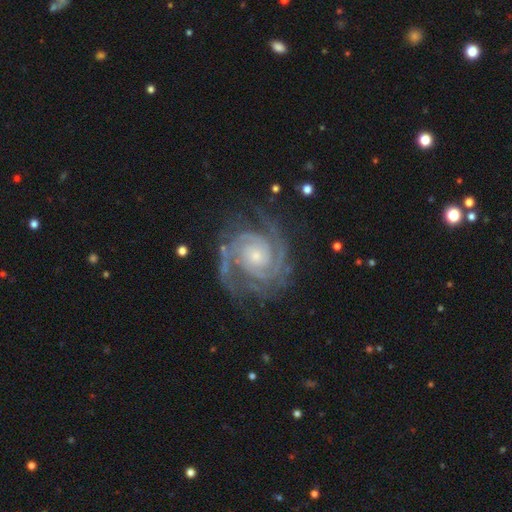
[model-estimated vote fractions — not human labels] Smooth or featured? featured or disk (92%)
Edge-on disk? no (98%)
Bar? no (72%)
Spiral arms? yes (99%)
Spiral winding? tight (72%)
Spiral arm count? 2 (58%)
Bulge size? small (65%)
Merging? none (75%)